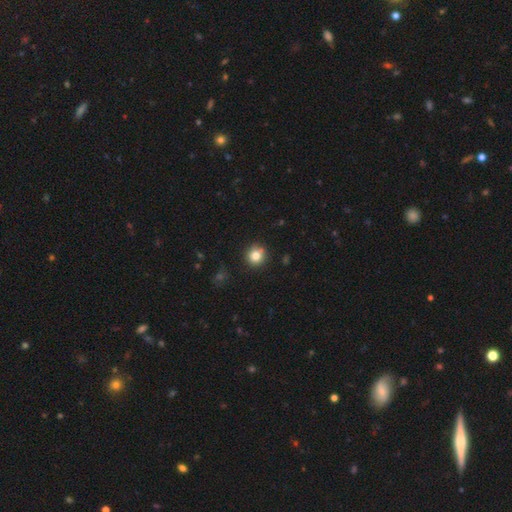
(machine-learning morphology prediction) smooth 80%, star or artifact 12%, featured or disk 8%. Down the decision tree: how rounded — round (92%); merging — none (84%).